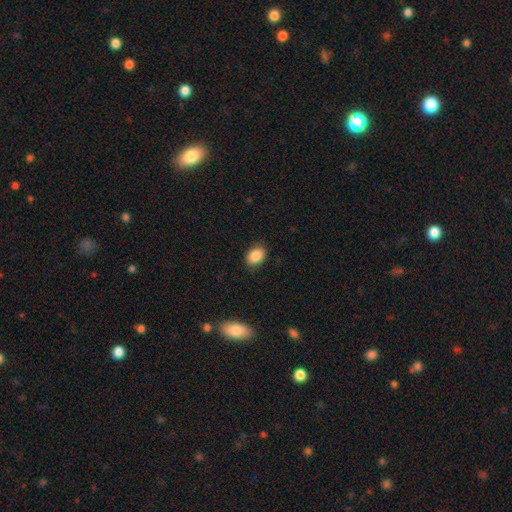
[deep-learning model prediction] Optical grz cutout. It shows a smooth galaxy with no disk features (88%) that is in between round and cigar-shaped (79%). Merging: none (84%).